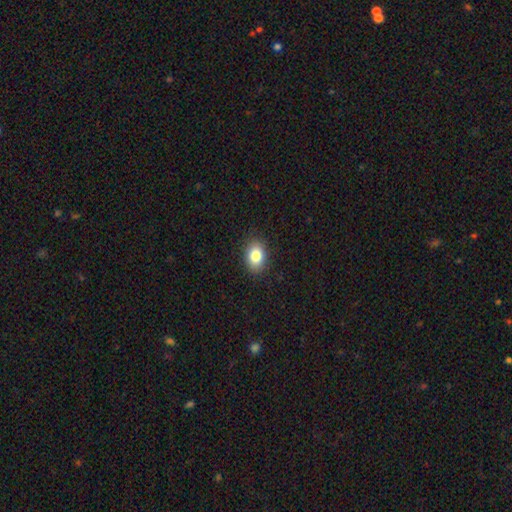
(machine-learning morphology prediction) A smooth galaxy with no disk features (83%) that is in between round and cigar-shaped (80%). Merging: none (88%).